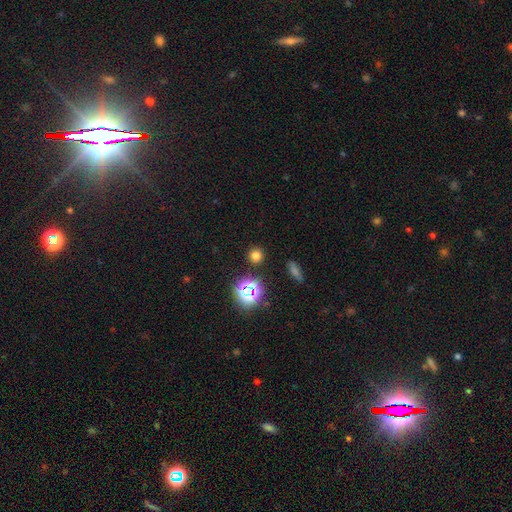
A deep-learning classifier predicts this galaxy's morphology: Smooth or featured? Predicted: smooth (p=0.70). How rounded? Predicted: round (p=0.92). Merging? Predicted: none (p=0.89).